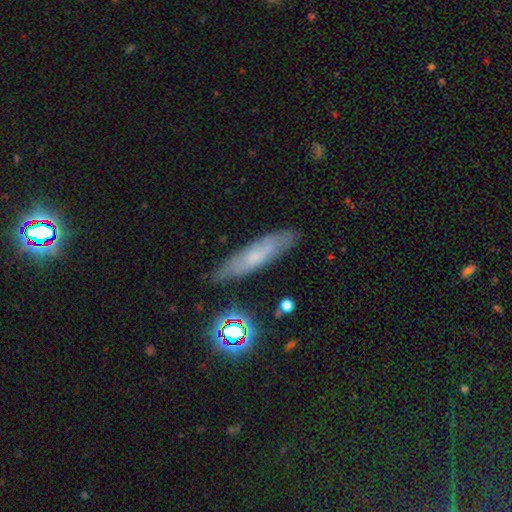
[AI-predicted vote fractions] Smooth or featured: smooth — 52% (featured or disk — 36%)
How rounded: cigar-shaped — 76% (in between — 22%)
Merging: none — 79% (minor disturbance — 15%)